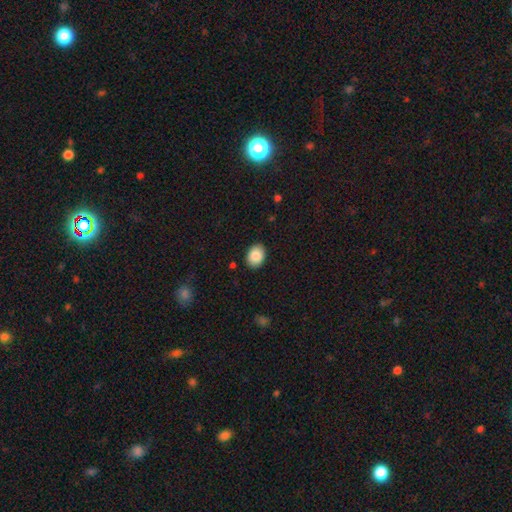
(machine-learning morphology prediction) A smooth galaxy with no disk features (88%) that is in between round and cigar-shaped (71%). Merging: none (89%).